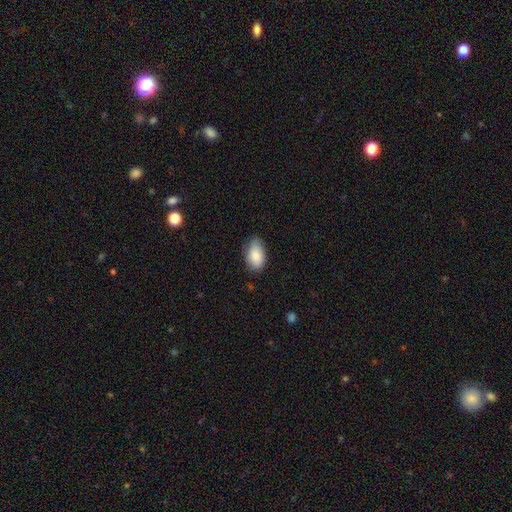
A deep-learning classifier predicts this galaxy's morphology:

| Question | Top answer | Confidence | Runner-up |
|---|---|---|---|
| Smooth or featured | smooth | 87% | featured or disk (7%) |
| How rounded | in between | 93% | round (5%) |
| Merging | none | 72% | minor disturbance (23%) |